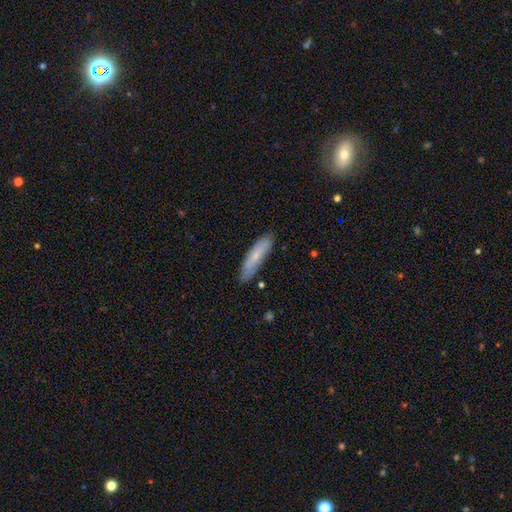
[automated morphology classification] The model was most divided on "smooth or featured": smooth: 65%, featured or disk: 28%, star or artifact: 7%. More confident: merging — none (81%); how rounded — cigar-shaped (76%).